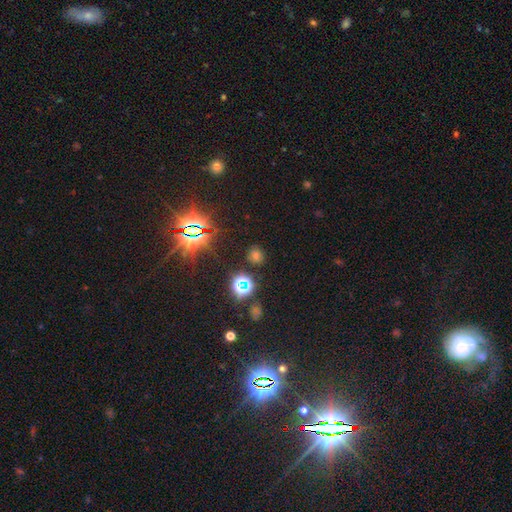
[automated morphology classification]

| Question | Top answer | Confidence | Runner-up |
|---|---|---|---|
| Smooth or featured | smooth | 51% | star or artifact (42%) |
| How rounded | round | 77% | in between (22%) |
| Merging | none | 85% | minor disturbance (8%) |